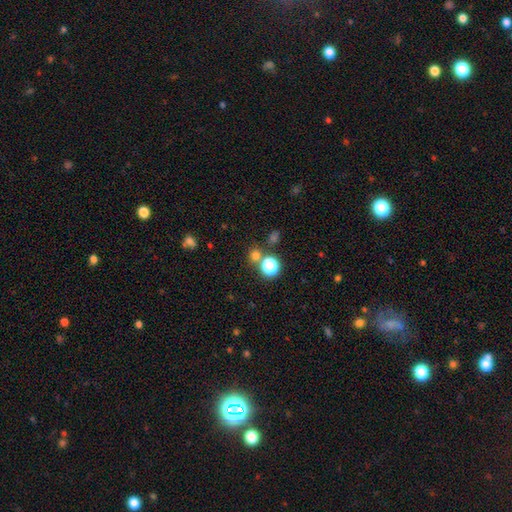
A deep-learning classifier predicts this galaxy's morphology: The model was most divided on "smooth or featured": smooth: 68%, star or artifact: 26%, featured or disk: 6%. More confident: how rounded — round (86%); merging — none (70%).